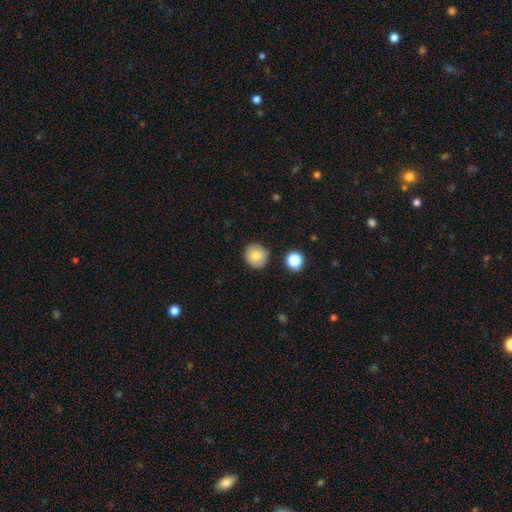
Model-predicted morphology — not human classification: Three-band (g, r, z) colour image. It shows a smooth galaxy with no disk features (76%) that is round (92%). Merging: none (88%).